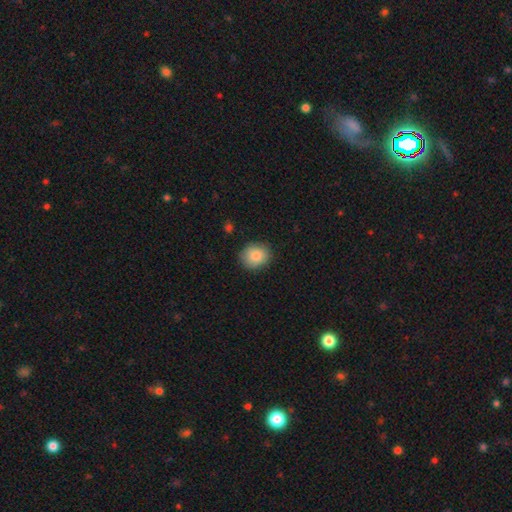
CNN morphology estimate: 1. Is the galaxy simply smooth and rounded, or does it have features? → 85% smooth, 8% star or artifact, 7% featured or disk.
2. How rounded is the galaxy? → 72% round, 27% in between, 1% cigar-shaped.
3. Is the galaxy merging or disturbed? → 87% none, 10% minor disturbance, 2% major disturbance, 1% merger.